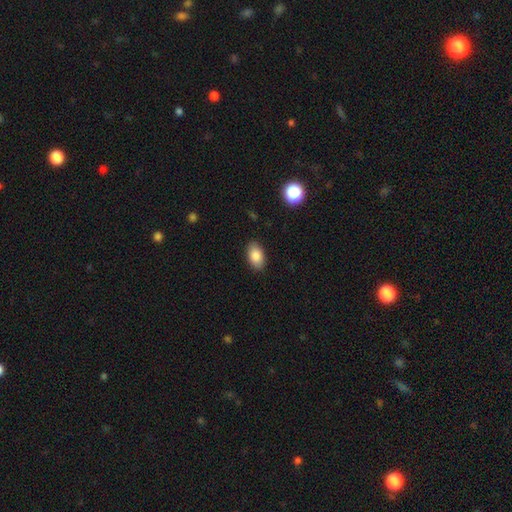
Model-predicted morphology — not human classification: smooth 85%, star or artifact 8%, featured or disk 8%. Down the decision tree: how rounded — in between (92%); merging — none (88%).